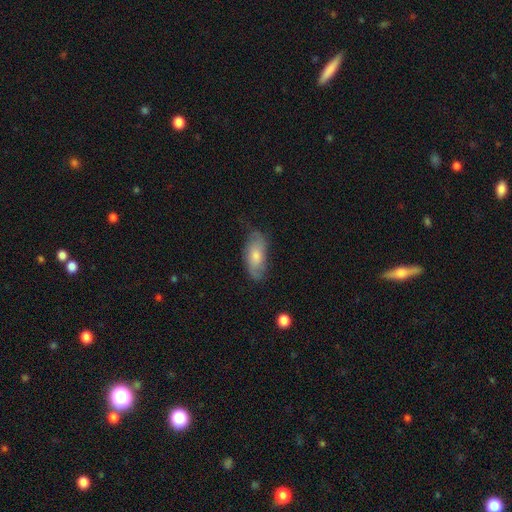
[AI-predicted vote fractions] A smooth galaxy with no disk features (53%) that is in between round and cigar-shaped (84%).

Vote fractions:
- Smooth or featured? smooth: 53% / featured or disk: 39% / star or artifact: 7%
- How rounded? in between: 84% / cigar-shaped: 13% / round: 3%
- Merging? none: 67% / minor disturbance: 25% / major disturbance: 7% / merger: 1%